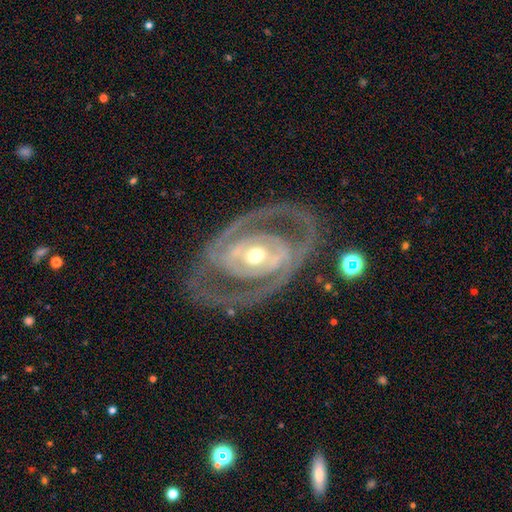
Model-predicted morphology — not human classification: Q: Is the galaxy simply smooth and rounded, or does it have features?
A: featured or disk — 90%.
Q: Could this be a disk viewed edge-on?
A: no — 96%.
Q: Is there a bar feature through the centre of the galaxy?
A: no — 41%.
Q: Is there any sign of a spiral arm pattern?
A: yes — 87%.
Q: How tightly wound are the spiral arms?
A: tight — 51%.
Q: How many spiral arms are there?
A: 2 — 79%.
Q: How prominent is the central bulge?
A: moderate — 69%.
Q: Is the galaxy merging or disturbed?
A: none — 76%.